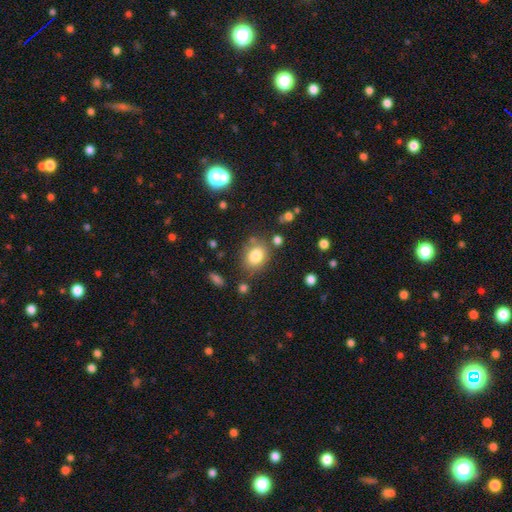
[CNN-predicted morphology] Smooth or featured?
  - smooth: 81% *
  - star or artifact: 10%
  - featured or disk: 9%
How rounded?
  - round: 52% *
  - in between: 47%
  - cigar-shaped: 1%
Merging?
  - none: 75% *
  - minor disturbance: 14%
  - merger: 7%
  - major disturbance: 5%